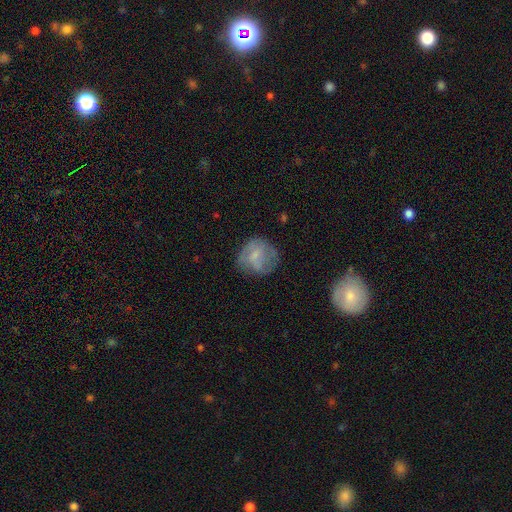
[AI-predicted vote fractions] Smooth or featured: smooth — 57% (featured or disk — 35%)
How rounded: round — 78% (in between — 21%)
Merging: none — 59% (minor disturbance — 26%)